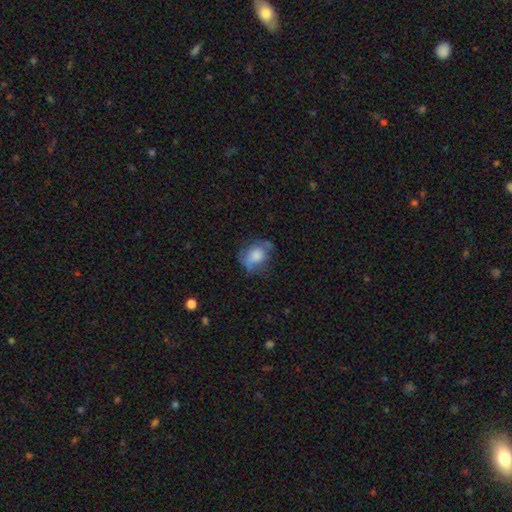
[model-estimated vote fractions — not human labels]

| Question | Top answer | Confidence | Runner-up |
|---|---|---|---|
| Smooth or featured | smooth | 69% | featured or disk (22%) |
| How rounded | in between | 50% | round (48%) |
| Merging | none | 47% | minor disturbance (31%) |